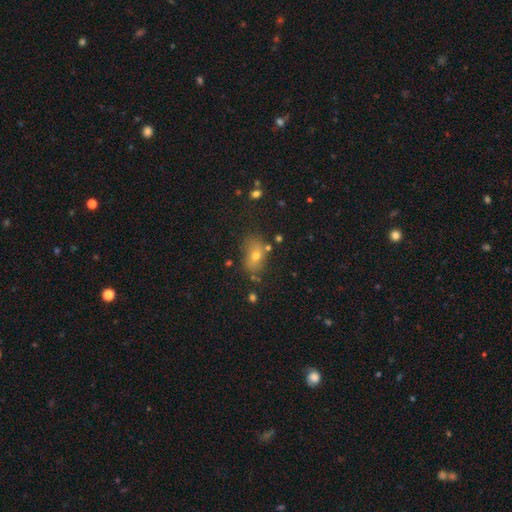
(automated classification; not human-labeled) smooth-or-featured: smooth: 65% | featured or disk: 18% | star or artifact: 16%
  how-rounded: in between: 77% | round: 20% | cigar-shaped: 3%
  merging: none: 70% | minor disturbance: 17% | merger: 7% | major disturbance: 6%